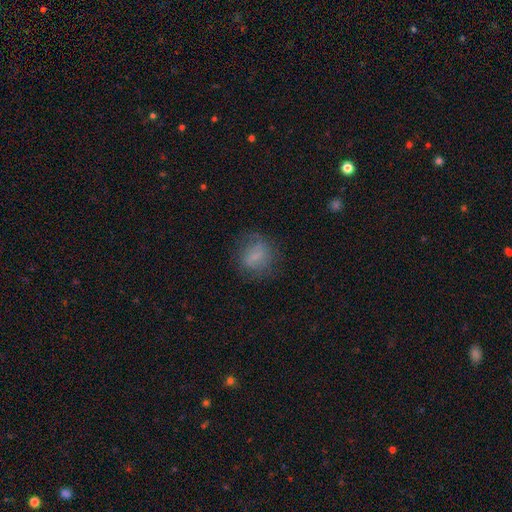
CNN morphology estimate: Overall: smooth (62%; featured or disk 27%). How rounded: round (66%; in between 33%). Merging: none (68%).